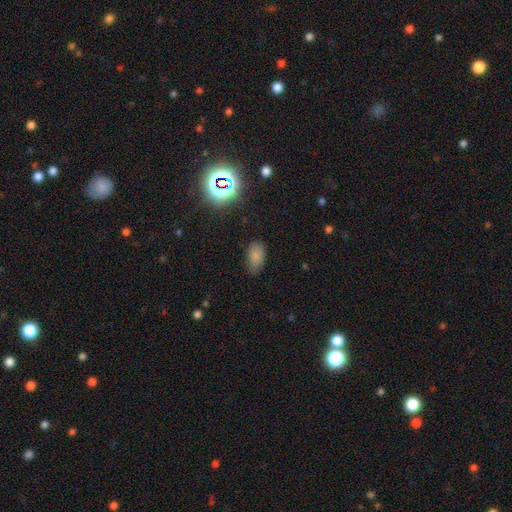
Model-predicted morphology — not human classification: Q: Smooth or featured?
A: smooth (78%); runner-up: star or artifact (15%)
Q: How rounded?
A: in between (92%); runner-up: round (5%)
Q: Merging?
A: none (69%); runner-up: minor disturbance (24%)